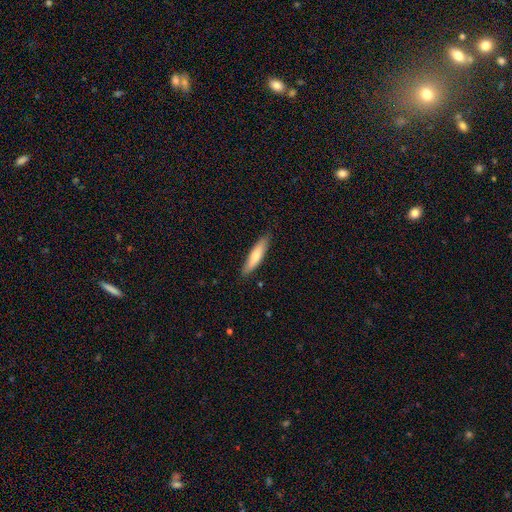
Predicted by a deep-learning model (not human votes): Overall: smooth (62%; featured or disk 33%). How rounded: cigar-shaped (82%). Merging: none (87%).